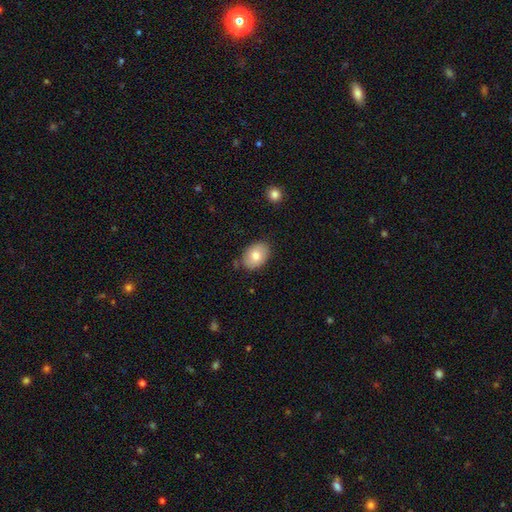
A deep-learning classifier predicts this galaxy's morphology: A smooth galaxy with no disk features (77%) that is in between round and cigar-shaped (80%). Merging: none (80%).